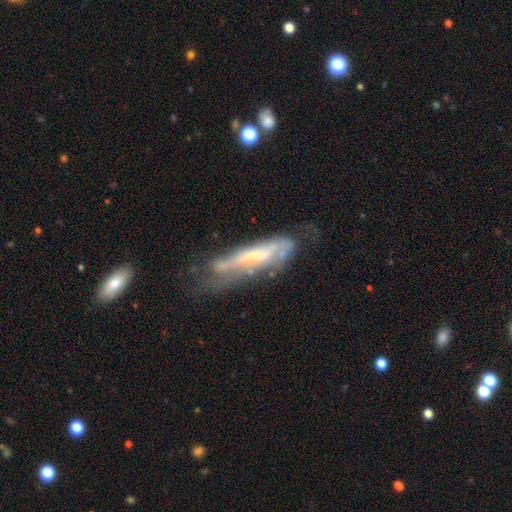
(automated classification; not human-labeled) The model was most divided on "edge-on disk": no: 55%, yes: 45%. Remaining: smooth or featured — featured or disk (62%); merging — none (40%).